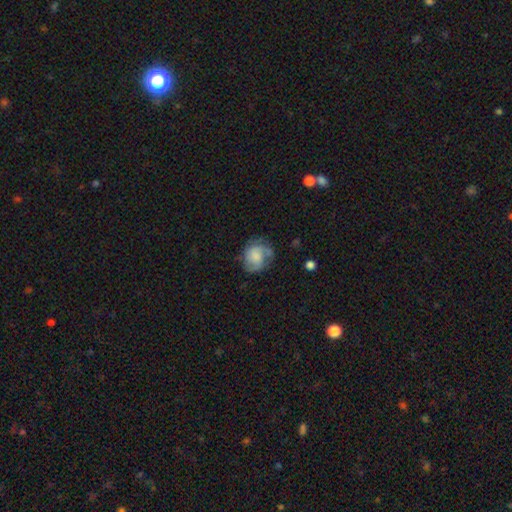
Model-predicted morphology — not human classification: A smooth galaxy with no disk features (48%). Merging: none (55%).